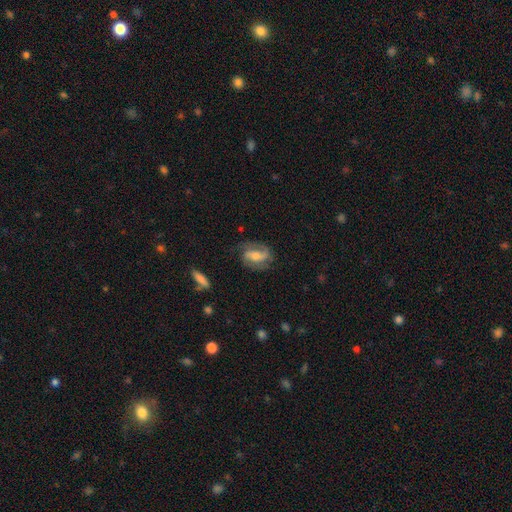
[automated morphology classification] The model was most divided on "bar": weak: 39%, strong: 36%, no: 24%. Remaining: edge-on disk — no (95%); spiral arms — yes (90%); spiral arm count — 2 (82%); smooth or featured — featured or disk (69%); merging — none (68%); bulge size — moderate (47%); spiral winding — medium (46%).